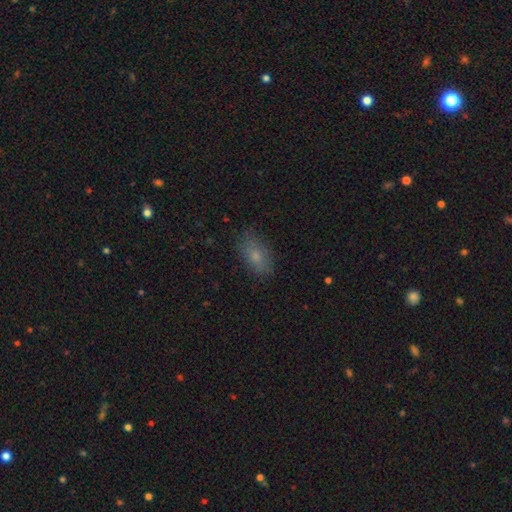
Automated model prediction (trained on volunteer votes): smooth-or-featured: smooth: 73% | featured or disk: 16% | star or artifact: 11%
  how-rounded: in between: 87% | round: 7% | cigar-shaped: 6%
  merging: none: 78% | minor disturbance: 16% | major disturbance: 4% | merger: 1%